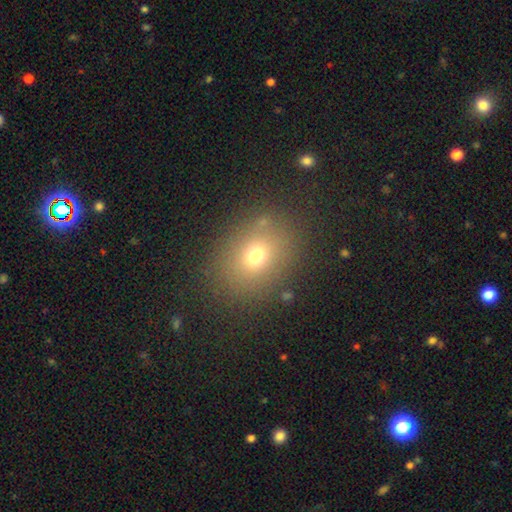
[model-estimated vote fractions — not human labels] smooth 70%, star or artifact 18%, featured or disk 12%. Down the decision tree: how rounded — round (51%); merging — none (83%).